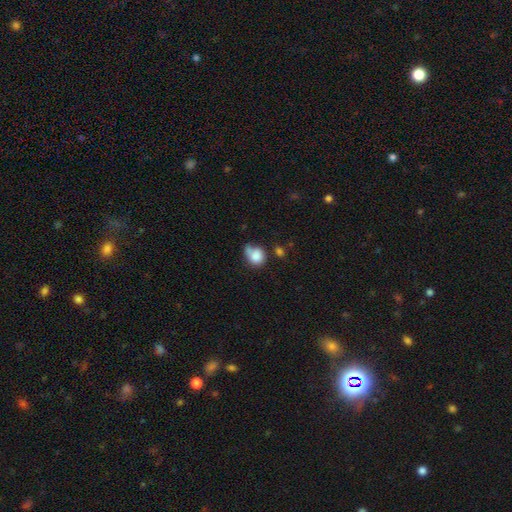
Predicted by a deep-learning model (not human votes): Morphology: type=smooth (80%); roundness=round (61%); merging=none (33%).